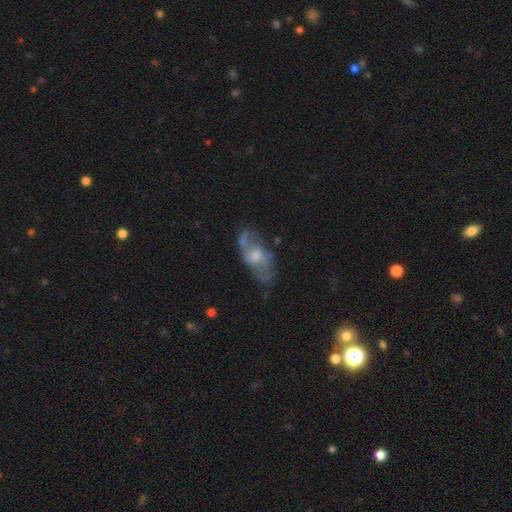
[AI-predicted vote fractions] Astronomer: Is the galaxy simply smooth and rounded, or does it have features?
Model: featured or disk — 69%.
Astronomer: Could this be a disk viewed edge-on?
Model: no — 88%.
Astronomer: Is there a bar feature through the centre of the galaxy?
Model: no — 58% (runner-up: weak, 35%).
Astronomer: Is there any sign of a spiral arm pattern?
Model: yes — 72%.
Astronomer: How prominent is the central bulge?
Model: moderate — 57%.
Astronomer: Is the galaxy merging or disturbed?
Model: none — 64%.